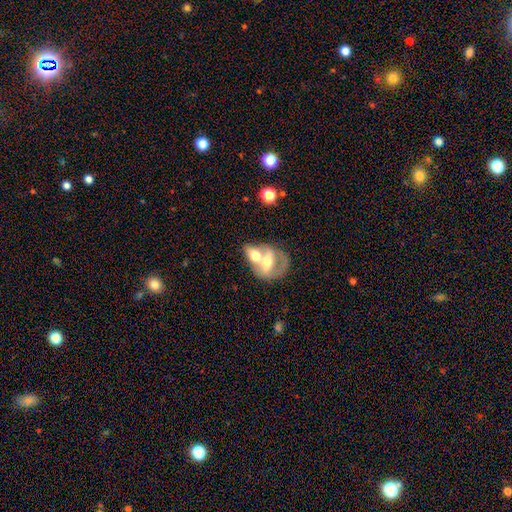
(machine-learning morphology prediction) type=featured or disk (48%); merging=merger (70%).